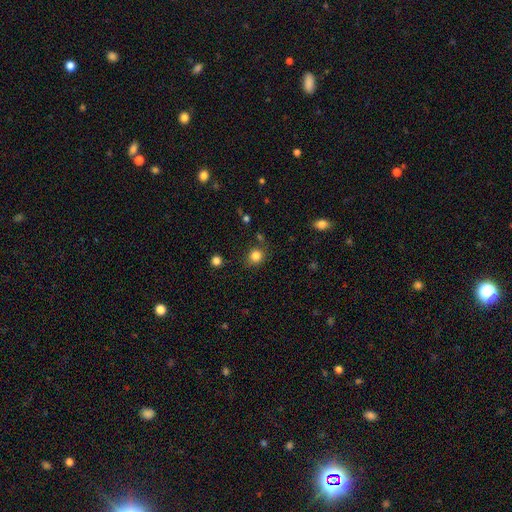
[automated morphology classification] A smooth galaxy with no disk features (83%) that is round (83%). Merging: none (79%).